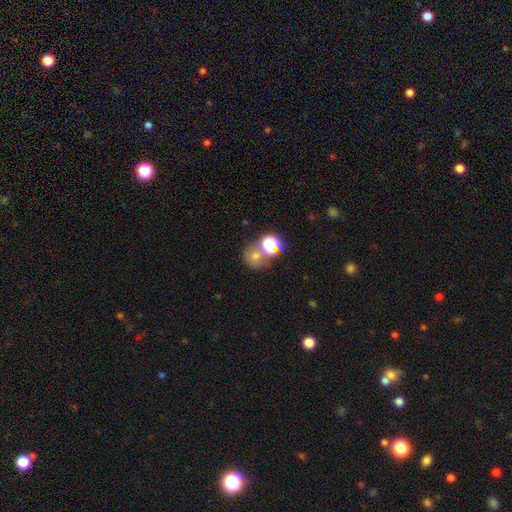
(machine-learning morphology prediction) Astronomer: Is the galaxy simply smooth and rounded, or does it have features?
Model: smooth — 56%.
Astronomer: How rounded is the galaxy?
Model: round — 74%.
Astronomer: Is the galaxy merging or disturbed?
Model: none — 45% (runner-up: merger, 36%).